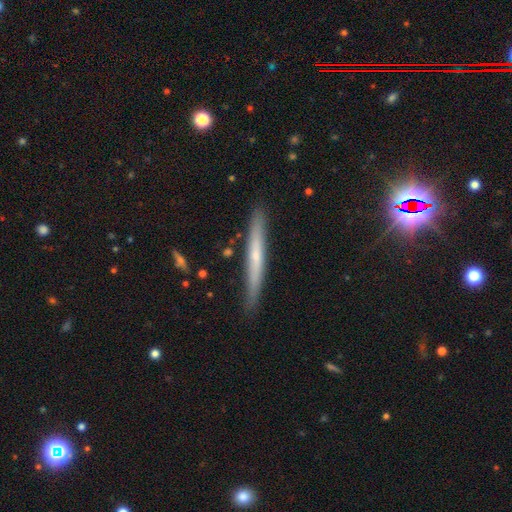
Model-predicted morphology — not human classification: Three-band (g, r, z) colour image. It shows a featured or disk galaxy (51%) viewed edge-on (95%). Merging: none (86%).